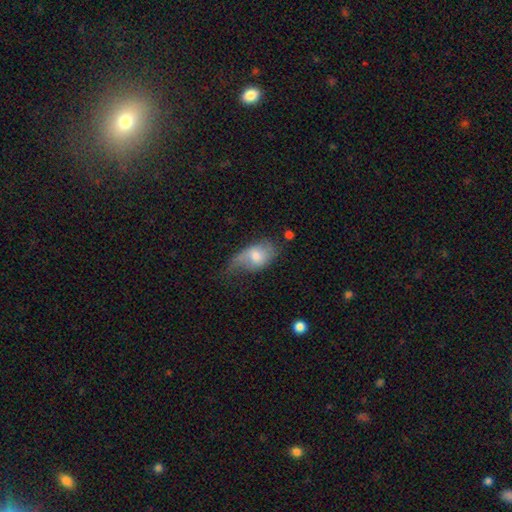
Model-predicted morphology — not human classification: A smooth galaxy with no disk features (58%) that is in between round and cigar-shaped (88%). Merging: minor disturbance (38%).